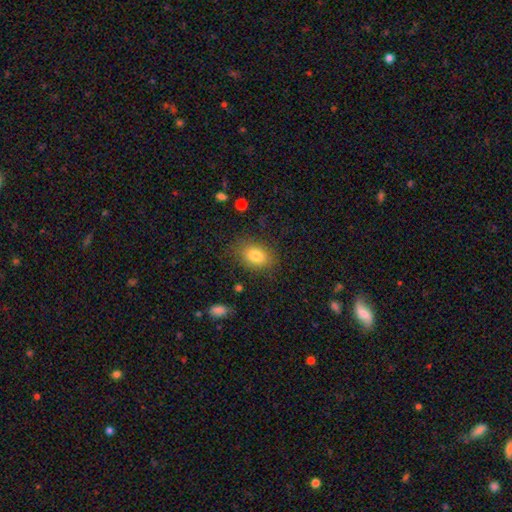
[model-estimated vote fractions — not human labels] Q: Smooth or featured?
A: smooth (81%); runner-up: featured or disk (9%)
Q: How rounded?
A: in between (77%); runner-up: round (21%)
Q: Merging?
A: none (80%); runner-up: minor disturbance (14%)